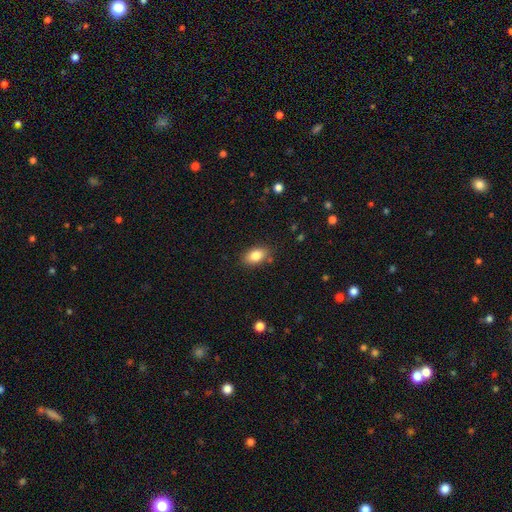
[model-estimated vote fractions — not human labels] Morphology: type=smooth (84%); roundness=in between (89%); merging=none (84%).